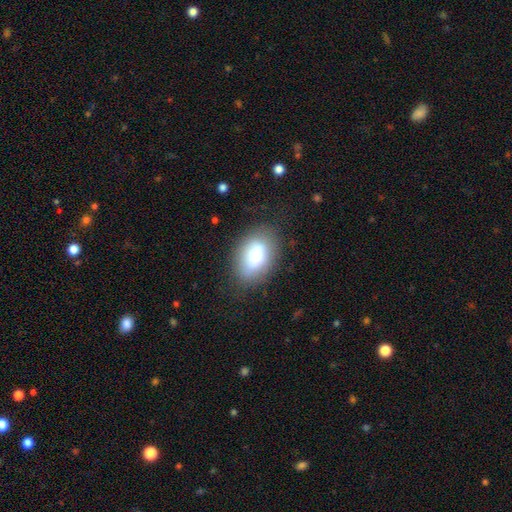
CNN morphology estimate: This is likely a smooth galaxy (67%). How rounded: clearly in between (80%). Merging: likely none (70%).